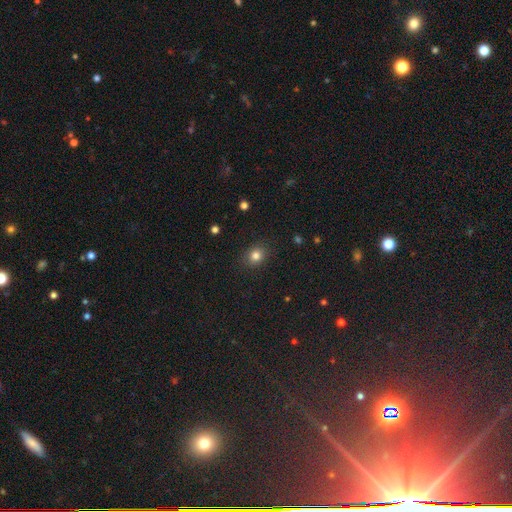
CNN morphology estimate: smooth-or-featured: smooth: 81% | star or artifact: 13% | featured or disk: 6%
  how-rounded: round: 63% | in between: 36% | cigar-shaped: 1%
  merging: none: 87% | minor disturbance: 9% | major disturbance: 3% | merger: 1%